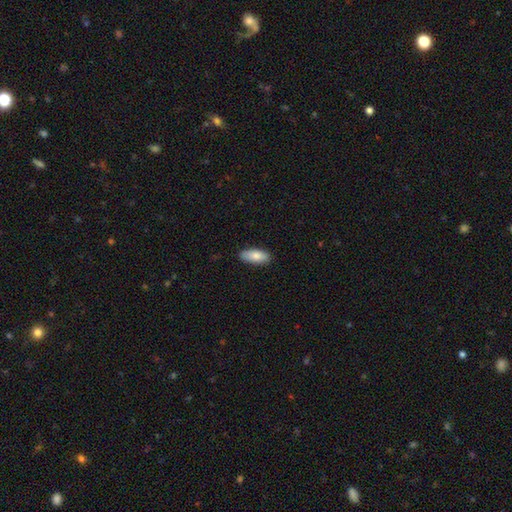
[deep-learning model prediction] smooth_or_featured: smooth (p=0.83) [alt: featured or disk p=0.10]
how_rounded: in between (p=0.82) [alt: cigar-shaped p=0.16]
merging: none (p=0.87) [alt: minor disturbance p=0.10]